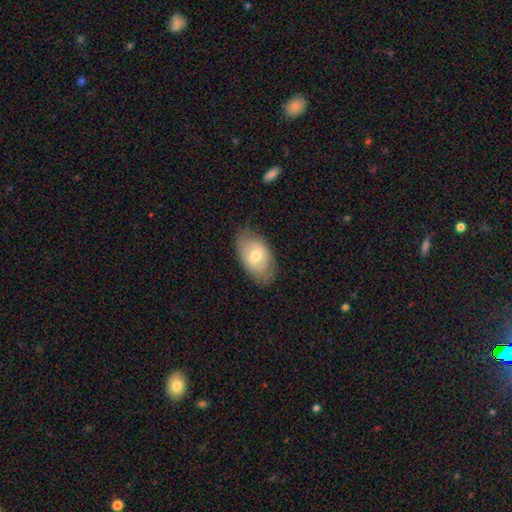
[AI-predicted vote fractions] A smooth galaxy with no disk features (64%) that is in between round and cigar-shaped (92%).

Vote fractions:
- Smooth or featured? smooth: 64% / featured or disk: 30% / star or artifact: 6%
- How rounded? in between: 92% / round: 6% / cigar-shaped: 2%
- Merging? none: 78% / minor disturbance: 16% / major disturbance: 4% / merger: 1%